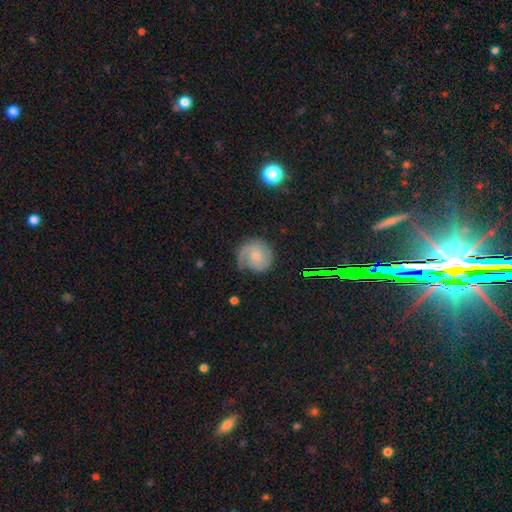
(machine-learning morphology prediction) Smooth or featured? Predicted: featured or disk (p=0.68). Edge-on disk? Predicted: no (p=0.98). Bar? Predicted: no (p=0.73). Spiral arms? Predicted: yes (p=0.93). Spiral winding? Predicted: tight (p=0.54). Spiral arm count? Predicted: 2 (p=0.41). Bulge size? Predicted: small (p=0.63). Merging? Predicted: none (p=0.67).